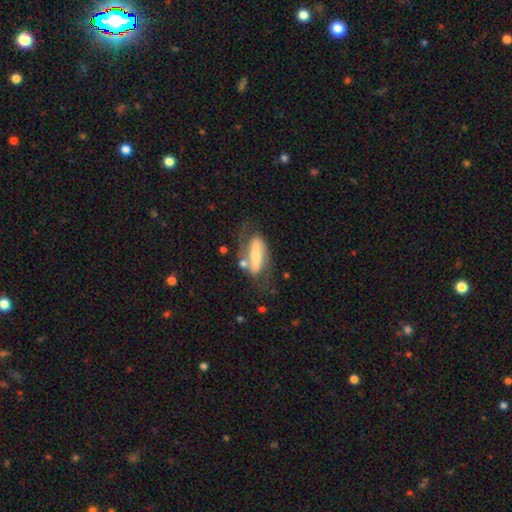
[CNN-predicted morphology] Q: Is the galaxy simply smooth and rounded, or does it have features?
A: featured or disk — 66%.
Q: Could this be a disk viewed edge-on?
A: no — 85%.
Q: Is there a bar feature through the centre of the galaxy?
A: strong — 54%.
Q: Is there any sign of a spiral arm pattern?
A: yes — 80%.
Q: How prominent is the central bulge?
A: small — 40%.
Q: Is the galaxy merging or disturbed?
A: none — 53%.